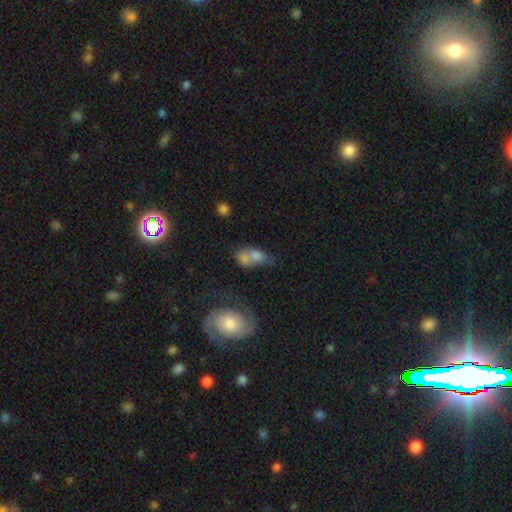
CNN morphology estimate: A smooth galaxy with no disk features (71%) that is in between round and cigar-shaped (73%).

Vote fractions:
- Smooth or featured? smooth: 71% / featured or disk: 19% / star or artifact: 10%
- How rounded? in between: 73% / round: 24% / cigar-shaped: 4%
- Merging? merger: 62% / none: 20% / minor disturbance: 10% / major disturbance: 8%